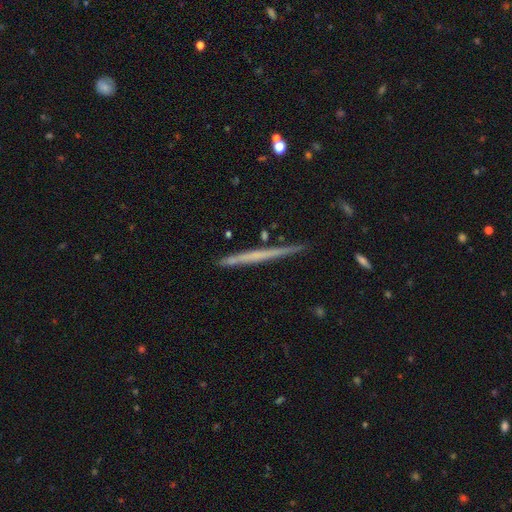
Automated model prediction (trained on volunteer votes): The model was most divided on "smooth or featured": featured or disk: 52%, smooth: 42%, star or artifact: 6%. More confident: edge-on disk — yes (97%); edge-on bulge — none (91%); merging — none (90%).